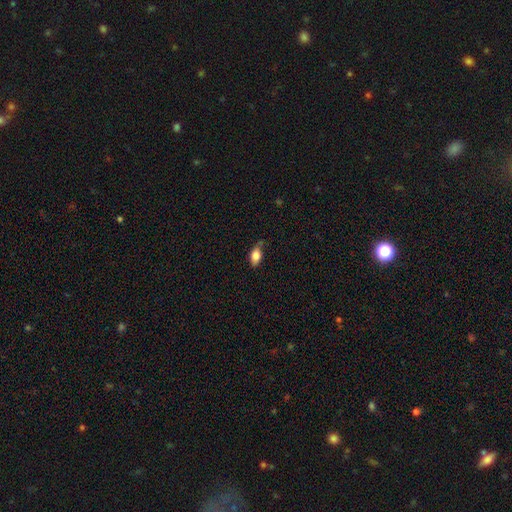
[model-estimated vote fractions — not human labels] A smooth galaxy with no disk features (80%) that is in between round and cigar-shaped (87%).

Vote fractions:
- Smooth or featured? smooth: 80% / featured or disk: 13% / star or artifact: 8%
- How rounded? in between: 87% / round: 8% / cigar-shaped: 5%
- Merging? none: 58% / minor disturbance: 31% / major disturbance: 7% / merger: 3%